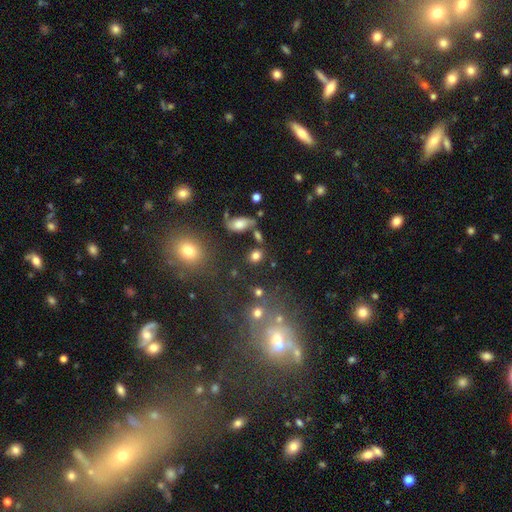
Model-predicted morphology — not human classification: Q: Smooth or featured?
A: smooth (78%); runner-up: star or artifact (13%)
Q: How rounded?
A: in between (51%); runner-up: round (46%)
Q: Merging?
A: none (72%); runner-up: minor disturbance (12%)